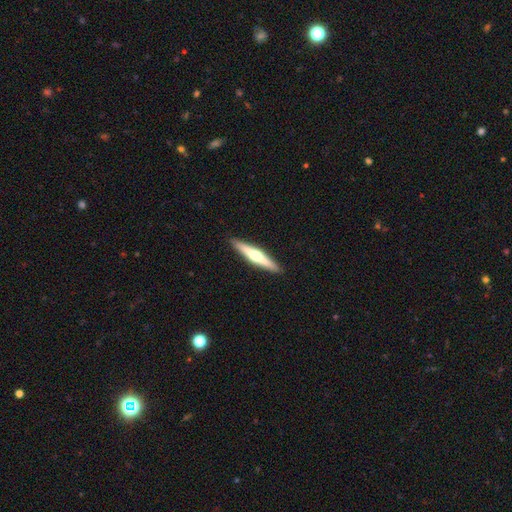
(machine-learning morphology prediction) smooth_or_featured: featured or disk (p=0.66) [alt: smooth p=0.30]
disk_edge_on: yes (p=0.97) [alt: no p=0.03]
edge_on_bulge: rounded (p=0.92) [alt: none p=0.04]
merging: none (p=0.92) [alt: minor disturbance p=0.06]